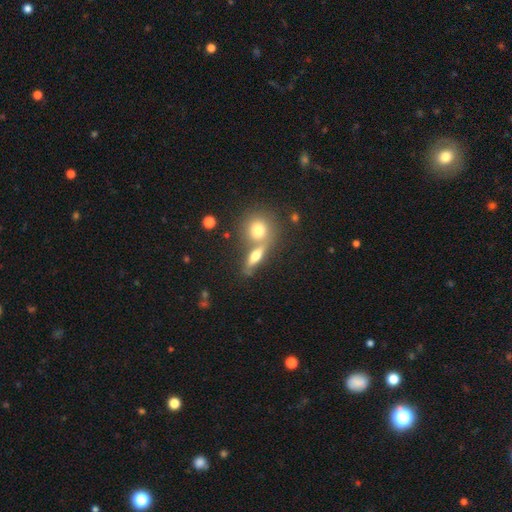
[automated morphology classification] smooth 55%, featured or disk 35%, star or artifact 10%. Down the decision tree: how rounded — in between (42%); merging — none (54%).